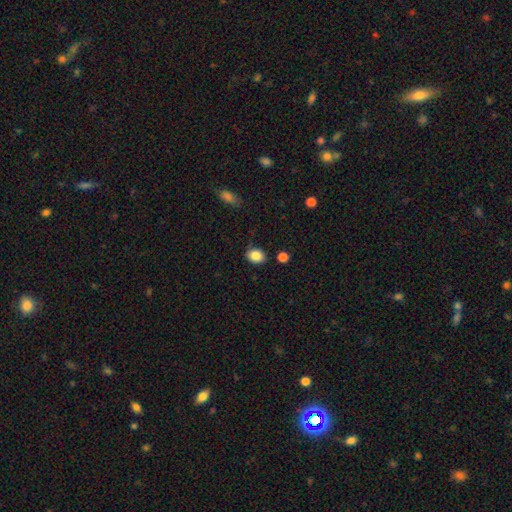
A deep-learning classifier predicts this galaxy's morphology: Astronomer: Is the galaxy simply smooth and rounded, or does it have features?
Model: smooth — 86%.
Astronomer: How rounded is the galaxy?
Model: in between — 66%.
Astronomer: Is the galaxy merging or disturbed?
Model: none — 80%.